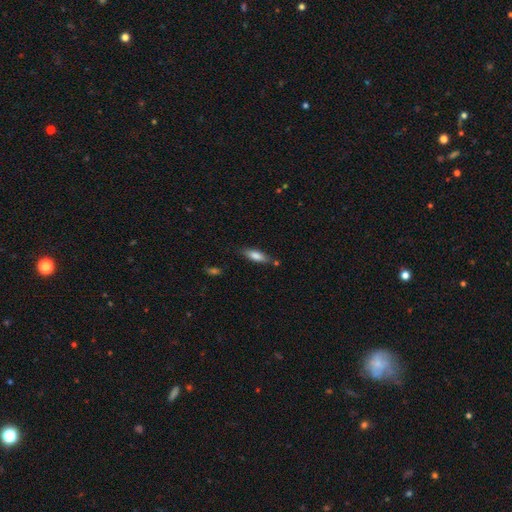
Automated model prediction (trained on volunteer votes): A smooth galaxy with no disk features (76%) that is in between round and cigar-shaped (54%).

Vote fractions:
- Smooth or featured? smooth: 76% / featured or disk: 17% / star or artifact: 7%
- How rounded? in between: 54% / cigar-shaped: 44% / round: 2%
- Merging? none: 74% / minor disturbance: 17% / merger: 6% / major disturbance: 4%